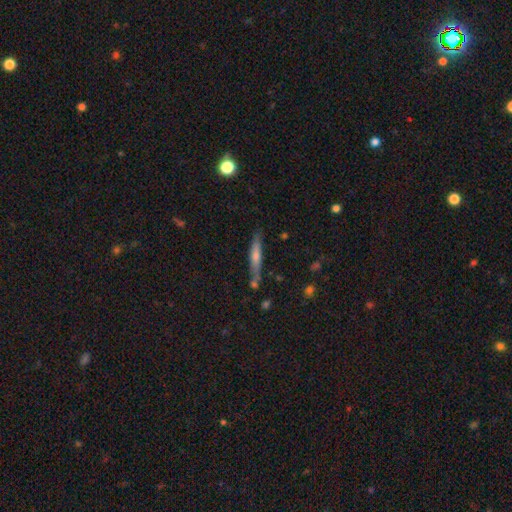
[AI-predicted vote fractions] Smooth or featured: featured or disk — 52% (smooth — 40%)
Edge-on disk: yes — 92% (no — 8%)
Merging: none — 75% (minor disturbance — 15%)